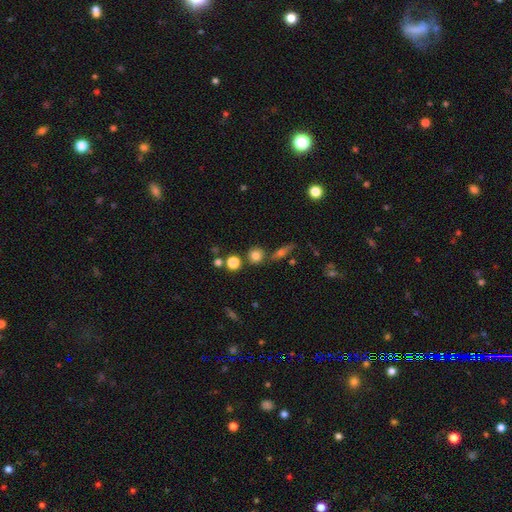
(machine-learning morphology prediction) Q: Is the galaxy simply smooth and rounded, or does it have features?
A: smooth — 77%.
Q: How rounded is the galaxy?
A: round — 86%.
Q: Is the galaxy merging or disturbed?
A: none — 72%.